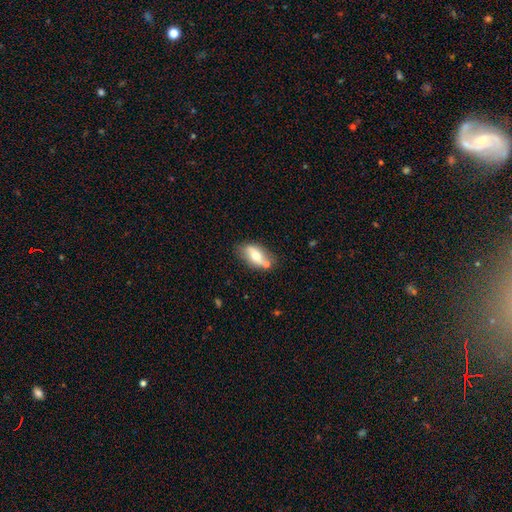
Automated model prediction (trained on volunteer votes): smooth_or_featured: smooth (p=0.59) [alt: featured or disk p=0.34]
how_rounded: in between (p=0.85) [alt: cigar-shaped p=0.09]
merging: none (p=0.64) [alt: minor disturbance p=0.17]